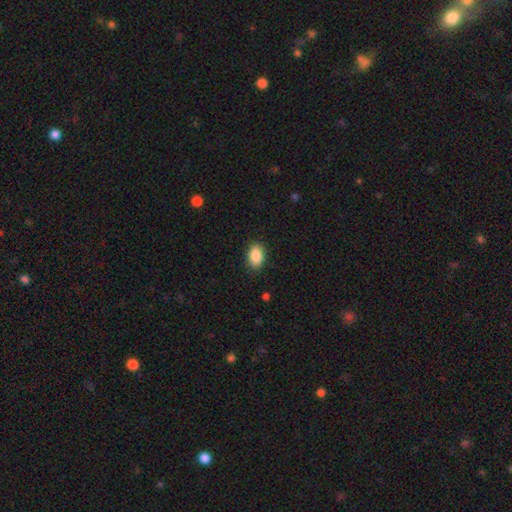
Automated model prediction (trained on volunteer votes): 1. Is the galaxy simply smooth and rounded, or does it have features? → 88% smooth, 7% star or artifact, 4% featured or disk.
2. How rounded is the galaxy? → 89% in between, 9% round, 1% cigar-shaped.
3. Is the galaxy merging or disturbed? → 88% none, 9% minor disturbance, 2% major disturbance, 1% merger.